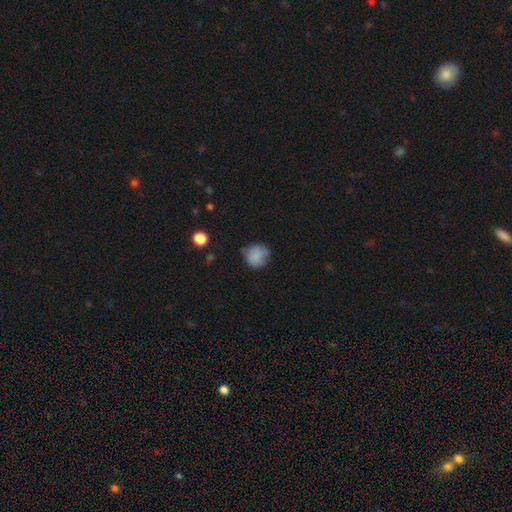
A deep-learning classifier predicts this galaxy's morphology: A smooth galaxy with no disk features (82%) that is round (85%). Merging: none (66%).